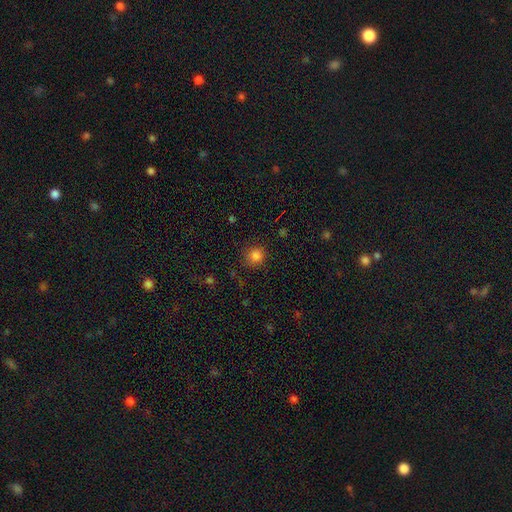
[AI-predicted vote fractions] Q: Smooth or featured?
A: smooth (82%); runner-up: star or artifact (13%)
Q: How rounded?
A: round (90%); runner-up: in between (9%)
Q: Merging?
A: none (87%); runner-up: minor disturbance (9%)